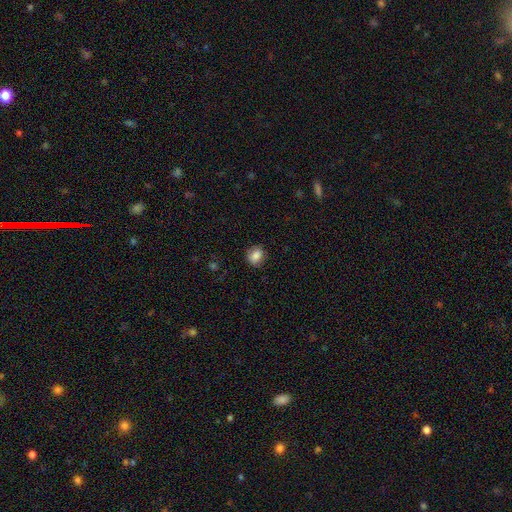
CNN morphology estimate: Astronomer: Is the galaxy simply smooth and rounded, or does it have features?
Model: smooth — 84%.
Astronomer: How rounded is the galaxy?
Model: round — 64%.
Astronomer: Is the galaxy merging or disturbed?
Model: none — 82%.